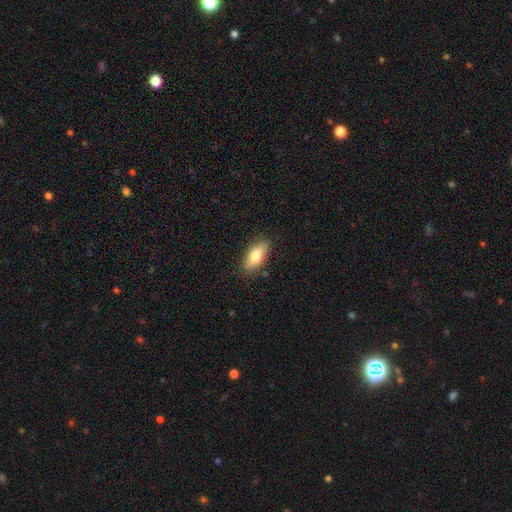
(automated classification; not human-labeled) Morphology: type=smooth (74%); roundness=in between (80%); merging=none (86%).